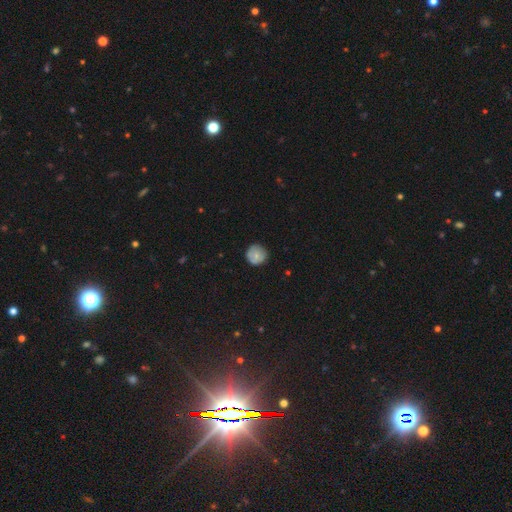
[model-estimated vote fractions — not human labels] Q: Smooth or featured?
A: smooth (76%); runner-up: featured or disk (16%)
Q: How rounded?
A: round (94%); runner-up: in between (5%)
Q: Merging?
A: none (82%); runner-up: minor disturbance (14%)